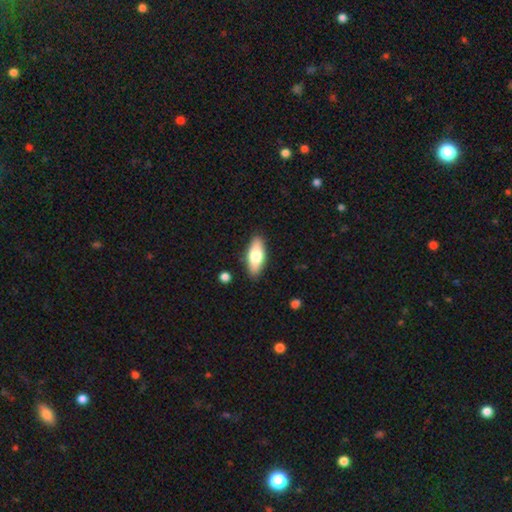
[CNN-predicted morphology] Smooth or featured? smooth (67%)
How rounded? in between (74%)
Merging? none (88%)